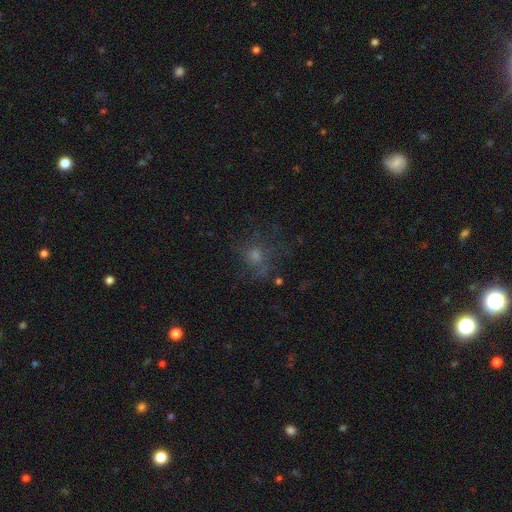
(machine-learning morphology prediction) Smooth or featured: smooth — 40% (featured or disk — 30%)
Merging: none — 64% (major disturbance — 18%)